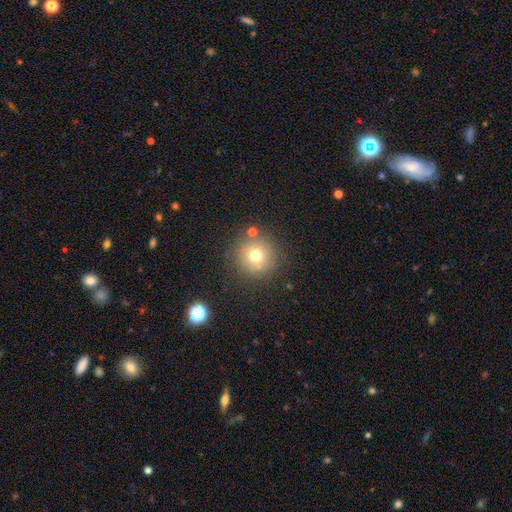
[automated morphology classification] type=smooth (71%); roundness=round (95%); merging=none (80%).